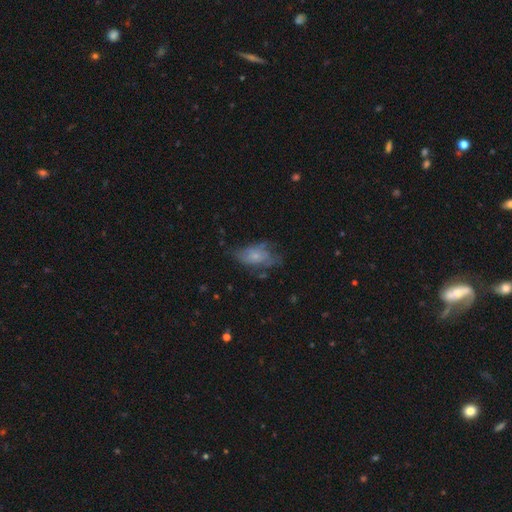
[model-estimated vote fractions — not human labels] This is possibly a smooth galaxy (54%). How rounded: clearly in between (89%). Merging: marginally none (43%).